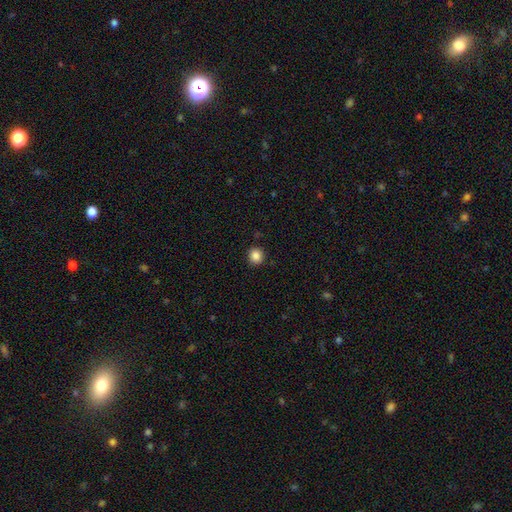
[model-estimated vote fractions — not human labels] Overall: smooth (86%). How rounded: round (90%). Merging: none (91%).